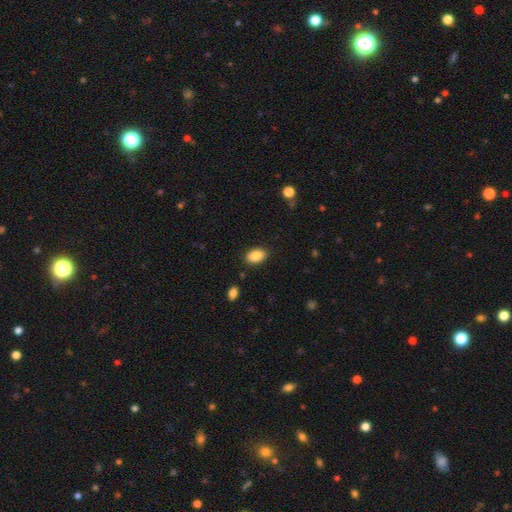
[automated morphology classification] Overall: smooth (87%). How rounded: in between (90%). Merging: none (87%).